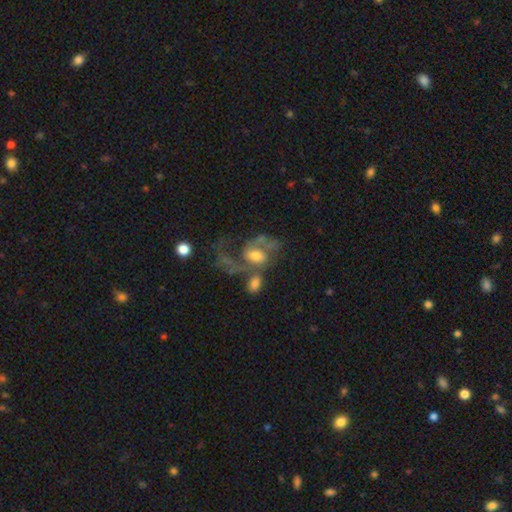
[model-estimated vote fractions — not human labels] Morphology: type=featured or disk (69%); edge-on=no (97%); bar=no (53%); spiral arms=yes (79%); winding=loose (50%); arm count=2 (66%); bulge=moderate (57%); merging=major disturbance (36%).